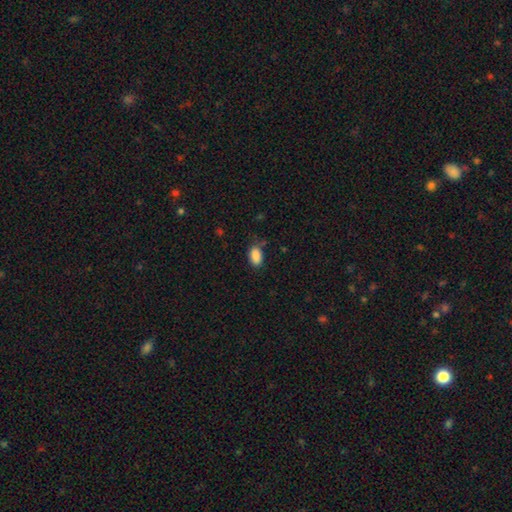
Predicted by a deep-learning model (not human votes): smooth_or_featured: smooth (p=0.88) [alt: star or artifact p=0.08]
how_rounded: in between (p=0.91) [alt: round p=0.07]
merging: none (p=0.75) [alt: minor disturbance p=0.18]